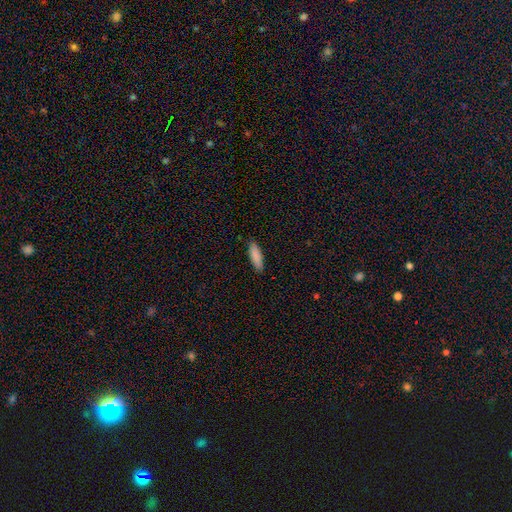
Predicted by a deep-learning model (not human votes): Smooth or featured? smooth (88%)
How rounded? cigar-shaped (52%)
Merging? none (87%)